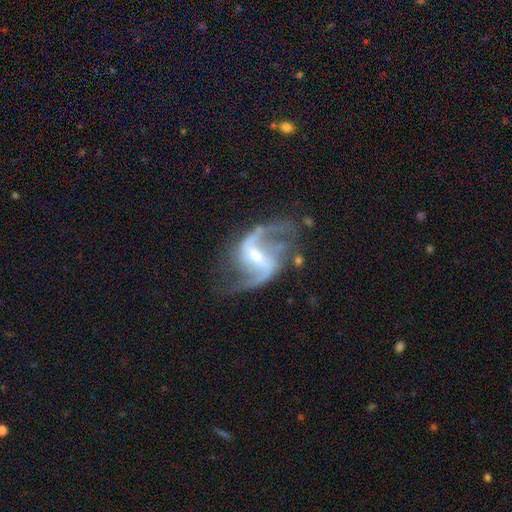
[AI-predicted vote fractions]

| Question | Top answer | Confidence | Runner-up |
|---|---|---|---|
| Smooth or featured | featured or disk | 91% | star or artifact (6%) |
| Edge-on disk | no | 97% | yes (3%) |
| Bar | strong | 50% | weak (41%) |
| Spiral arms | yes | 97% | no (3%) |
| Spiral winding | loose | 57% | medium (37%) |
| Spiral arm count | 2 | 92% | 3 (2%) |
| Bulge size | moderate | 45% | small (42%) |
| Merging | none | 69% | minor disturbance (16%) |